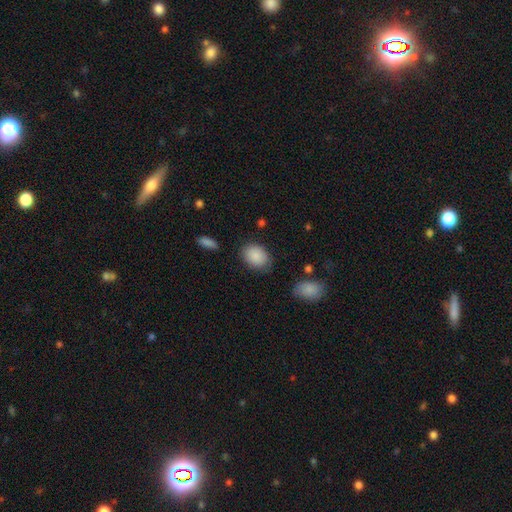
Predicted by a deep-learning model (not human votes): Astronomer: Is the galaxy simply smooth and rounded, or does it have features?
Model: smooth — 88%.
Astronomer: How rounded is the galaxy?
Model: in between — 71%.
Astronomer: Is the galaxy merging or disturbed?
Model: none — 77%.